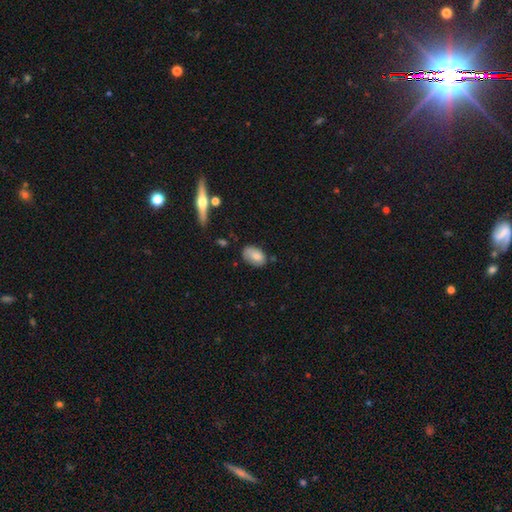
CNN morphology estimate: Overall: smooth (79%). How rounded: in between (89%). Merging: none (59%; minor disturbance 30%).